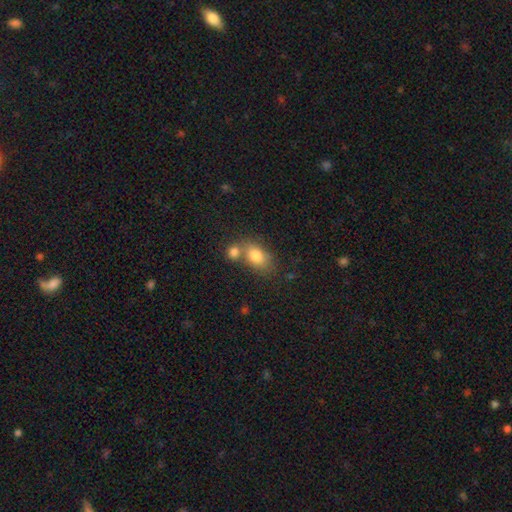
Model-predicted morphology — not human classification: The model was most divided on "merging": none: 43%, merger: 38%, minor disturbance: 13%, major disturbance: 5%. More confident: smooth or featured — smooth (80%); how rounded — in between (74%).